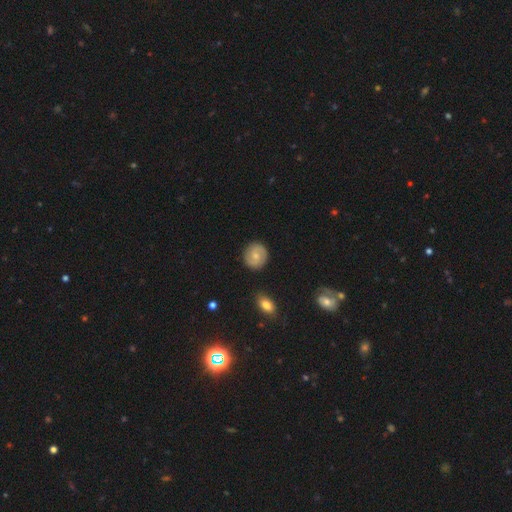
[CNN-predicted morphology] smooth_or_featured: featured or disk (p=0.49) [alt: smooth p=0.44]
merging: none (p=0.87) [alt: minor disturbance p=0.09]